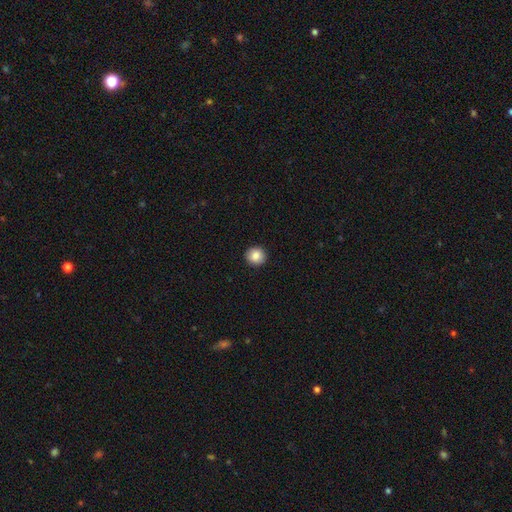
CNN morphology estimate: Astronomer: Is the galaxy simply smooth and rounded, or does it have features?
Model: smooth — 86%.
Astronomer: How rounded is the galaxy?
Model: round — 91%.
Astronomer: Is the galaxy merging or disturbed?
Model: none — 93%.